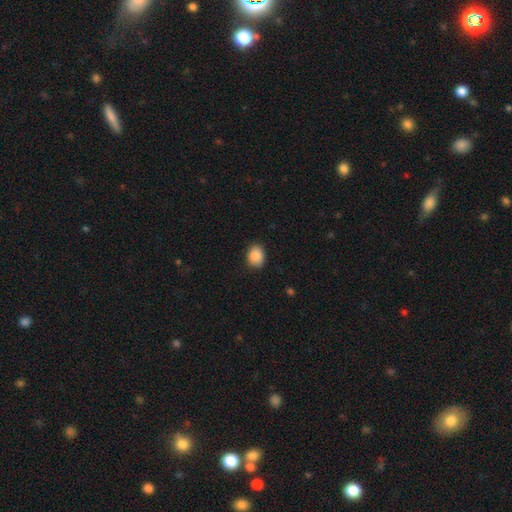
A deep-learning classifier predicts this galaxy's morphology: This appears to be a smooth galaxy with no disk features (89%) that is in between round and cigar-shaped (55%). Merging: none (86%).